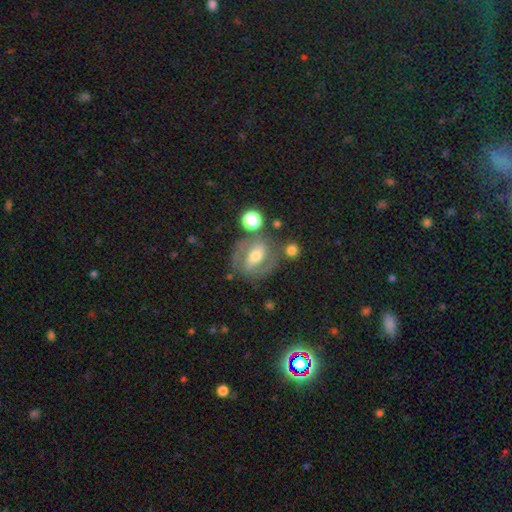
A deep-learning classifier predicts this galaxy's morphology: Smooth or featured? Predicted: featured or disk (p=0.72). Edge-on disk? Predicted: no (p=0.95). Bar? Predicted: strong (p=0.40). Spiral arms? Predicted: yes (p=0.84). Spiral winding? Predicted: medium (p=0.51). Spiral arm count? Predicted: 2 (p=0.82). Bulge size? Predicted: moderate (p=0.62). Merging? Predicted: none (p=0.66).